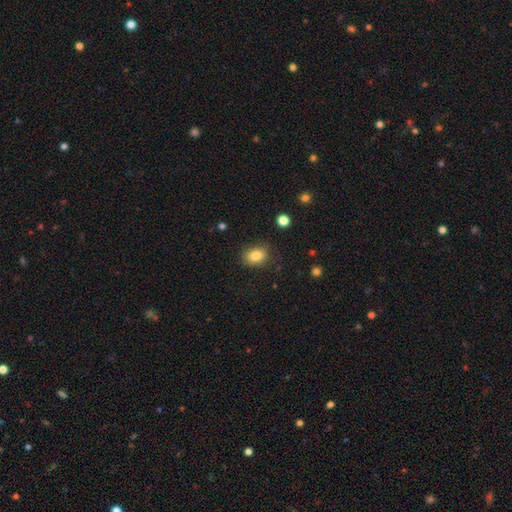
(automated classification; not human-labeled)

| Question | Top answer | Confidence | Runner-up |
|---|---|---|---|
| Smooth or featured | smooth | 84% | star or artifact (10%) |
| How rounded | in between | 65% | round (34%) |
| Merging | none | 81% | minor disturbance (14%) |